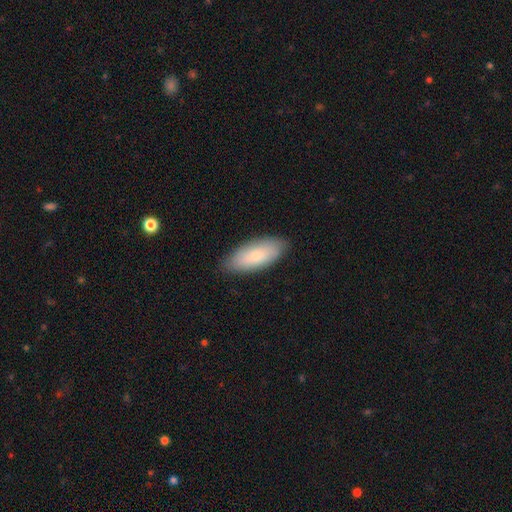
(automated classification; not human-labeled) This is likely a smooth galaxy (78%). How rounded: clearly in between (83%). Merging: clearly none (85%).